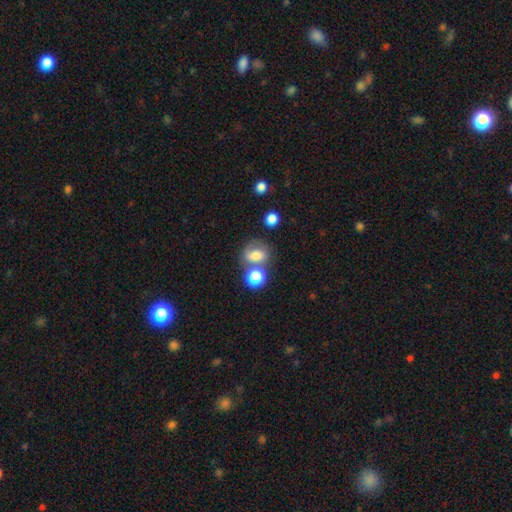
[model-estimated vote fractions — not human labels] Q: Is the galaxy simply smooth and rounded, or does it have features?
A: smooth — 69%.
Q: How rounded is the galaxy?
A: round — 55%.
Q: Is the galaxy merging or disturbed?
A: none — 47%.